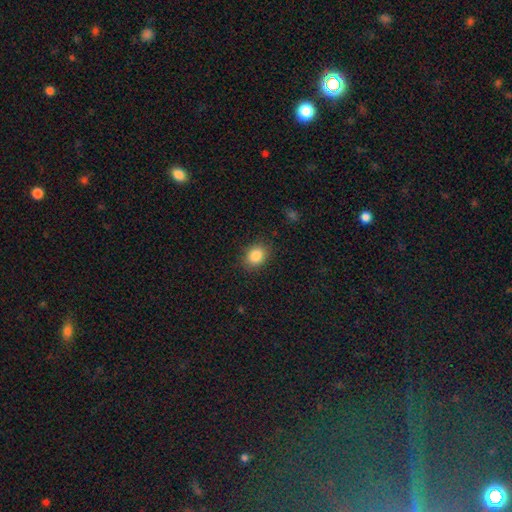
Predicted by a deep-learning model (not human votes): This is clearly a smooth galaxy (86%). How rounded: possibly in between (54%). Merging: clearly none (86%).